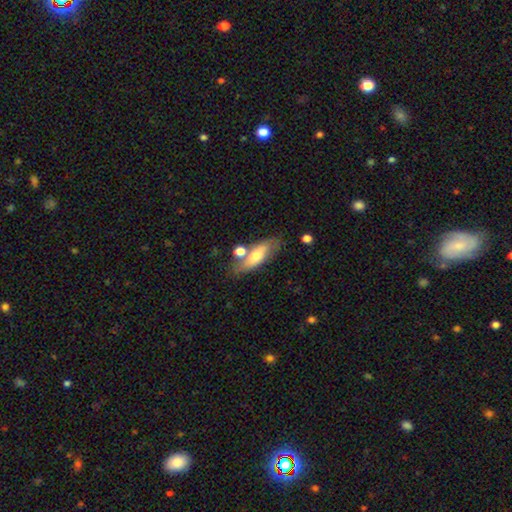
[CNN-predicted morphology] Smooth or featured: smooth — 57% (featured or disk — 36%)
How rounded: in between — 64% (cigar-shaped — 31%)
Merging: none — 65% (minor disturbance — 16%)